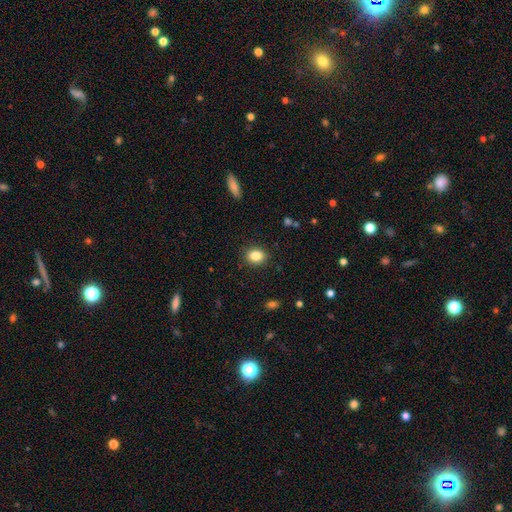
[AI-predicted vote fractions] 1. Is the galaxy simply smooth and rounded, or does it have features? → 86% smooth, 9% star or artifact, 5% featured or disk.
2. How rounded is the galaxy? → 57% in between, 42% round, 1% cigar-shaped.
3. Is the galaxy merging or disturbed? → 88% none, 8% minor disturbance, 2% major disturbance, 1% merger.